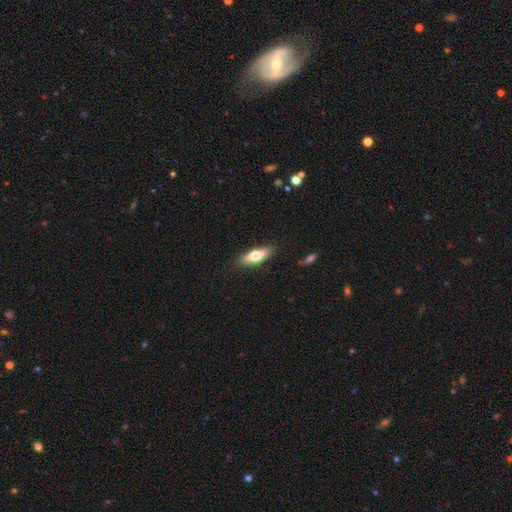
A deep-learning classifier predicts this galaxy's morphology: Overall: smooth (66%; featured or disk 28%). How rounded: in between (59%; cigar-shaped 38%). Merging: none (87%).